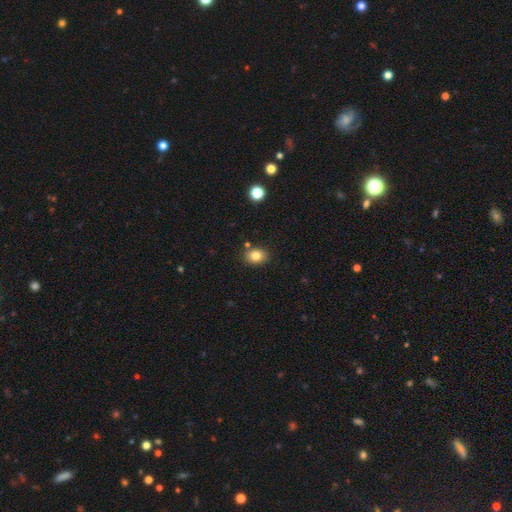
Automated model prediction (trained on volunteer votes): Smooth or featured?
  - smooth: 82% *
  - star or artifact: 11%
  - featured or disk: 7%
How rounded?
  - in between: 56% *
  - round: 43%
  - cigar-shaped: 1%
Merging?
  - none: 83% *
  - minor disturbance: 10%
  - merger: 4%
  - major disturbance: 2%